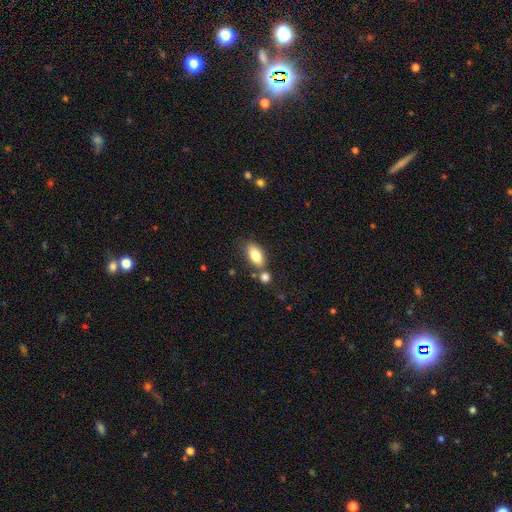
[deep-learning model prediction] Overall: smooth (77%). How rounded: in between (87%). Merging: none (65%).